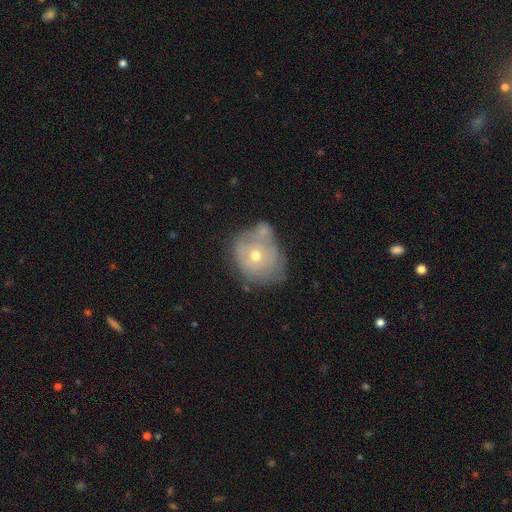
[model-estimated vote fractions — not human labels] Smooth or featured?
  - featured or disk: 47% *
  - smooth: 44%
  - star or artifact: 9%
Merging?
  - none: 37% *
  - merger: 30%
  - minor disturbance: 22%
  - major disturbance: 10%